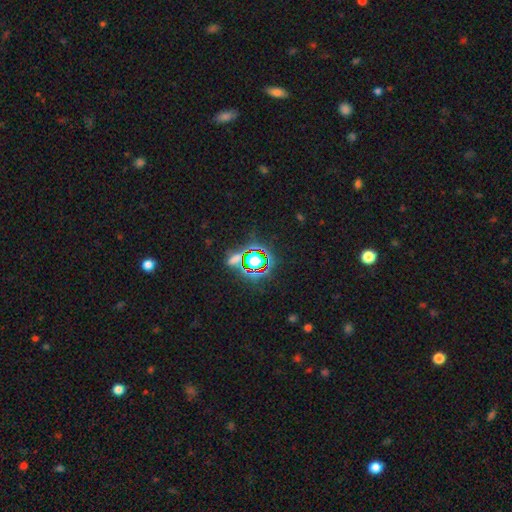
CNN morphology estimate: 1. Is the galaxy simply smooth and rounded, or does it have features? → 78% star or artifact, 14% smooth, 8% featured or disk.